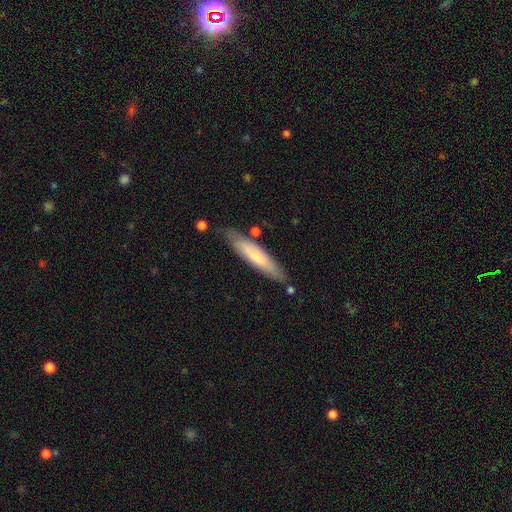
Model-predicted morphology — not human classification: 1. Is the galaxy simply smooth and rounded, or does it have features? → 61% smooth, 34% featured or disk, 5% star or artifact.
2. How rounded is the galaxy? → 84% cigar-shaped, 15% in between, 1% round.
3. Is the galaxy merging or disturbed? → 79% none, 15% minor disturbance, 4% merger, 3% major disturbance.